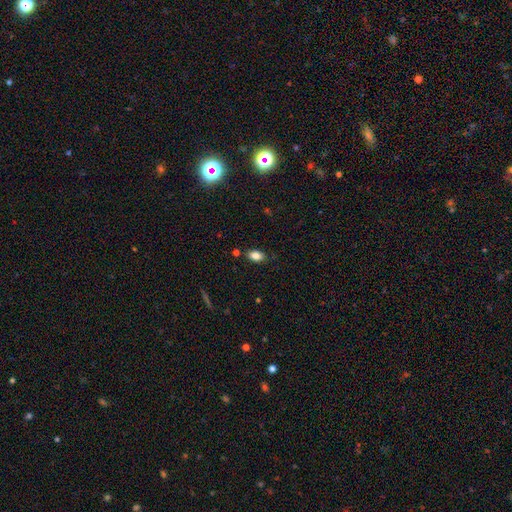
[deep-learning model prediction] Smooth or featured? smooth (84%)
How rounded? in between (88%)
Merging? none (81%)